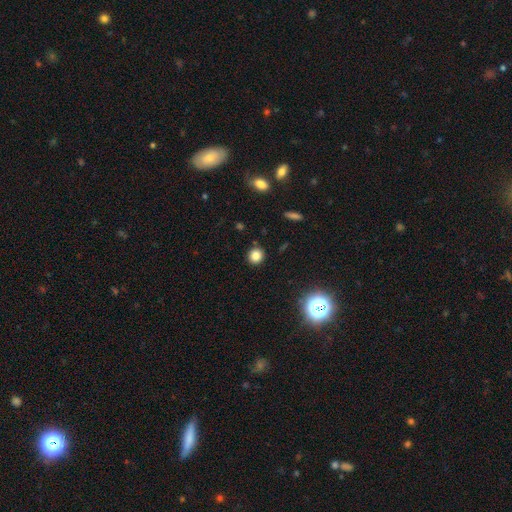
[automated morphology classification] Smooth or featured: smooth — 82% (star or artifact — 13%)
How rounded: round — 89% (in between — 10%)
Merging: none — 90% (minor disturbance — 6%)